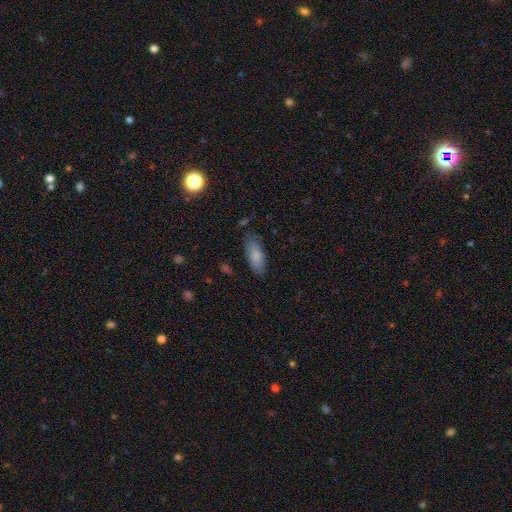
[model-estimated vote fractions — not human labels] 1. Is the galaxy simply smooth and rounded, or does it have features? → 82% smooth, 11% featured or disk, 6% star or artifact.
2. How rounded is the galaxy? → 77% in between, 21% cigar-shaped, 2% round.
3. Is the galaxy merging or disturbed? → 77% none, 17% minor disturbance, 4% major disturbance, 2% merger.